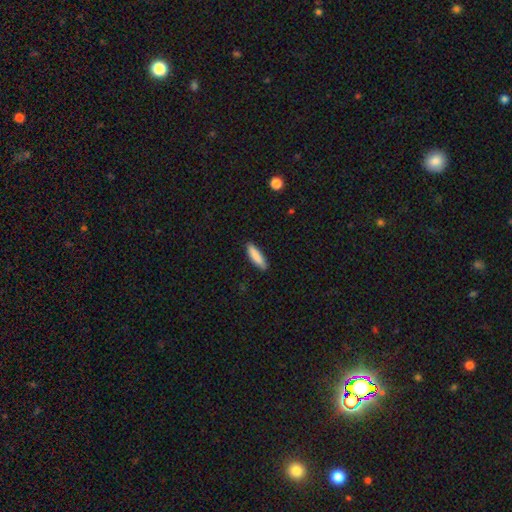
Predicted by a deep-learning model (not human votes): A smooth galaxy with no disk features (87%) that is cigar-shaped (67%).

Vote fractions:
- Smooth or featured? smooth: 87% / featured or disk: 7% / star or artifact: 6%
- How rounded? cigar-shaped: 67% / in between: 31% / round: 1%
- Merging? none: 86% / minor disturbance: 11% / major disturbance: 2% / merger: 1%